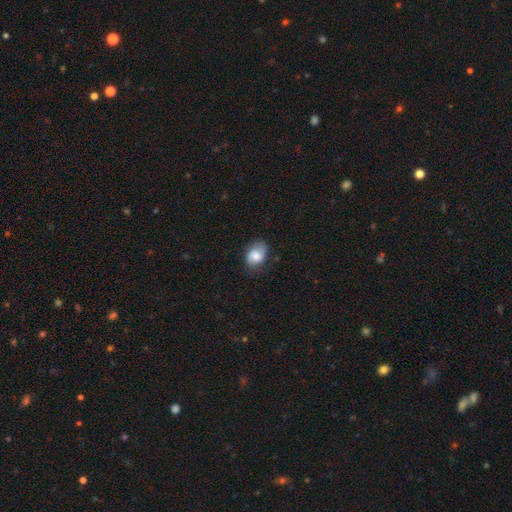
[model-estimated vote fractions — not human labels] Smooth or featured: smooth — 68% (featured or disk — 24%)
How rounded: in between — 73% (round — 25%)
Merging: none — 68% (minor disturbance — 25%)